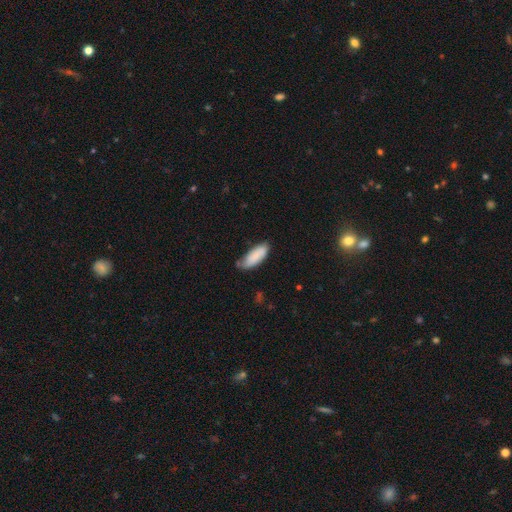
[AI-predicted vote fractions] This is clearly a smooth galaxy (85%). How rounded: likely in between (72%). Merging: likely none (61%).